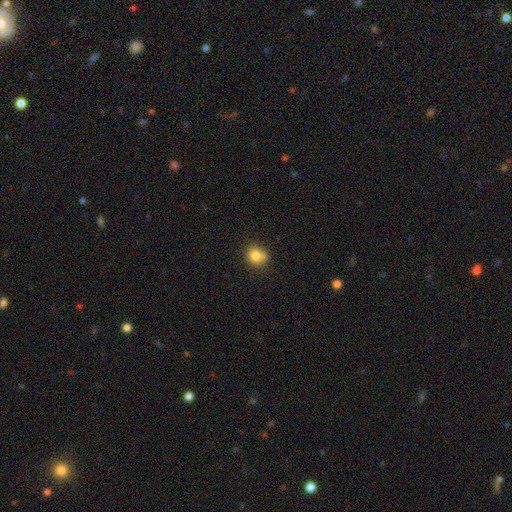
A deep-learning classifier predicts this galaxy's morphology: Smooth or featured? smooth (81%)
How rounded? round (76%)
Merging? none (64%)